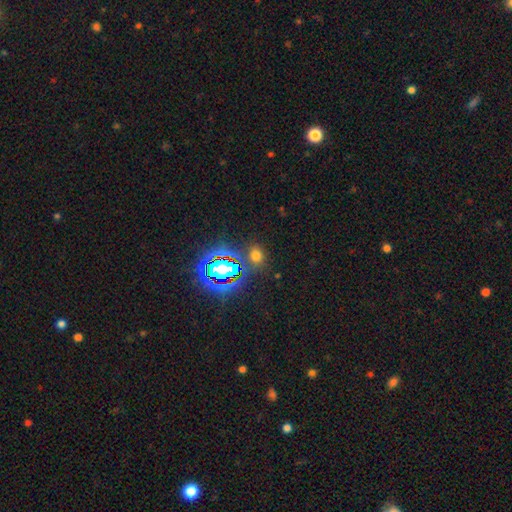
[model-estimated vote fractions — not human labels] Smooth or featured? Predicted: smooth (p=0.53). How rounded? Predicted: round (p=0.60). Merging? Predicted: none (p=0.81).